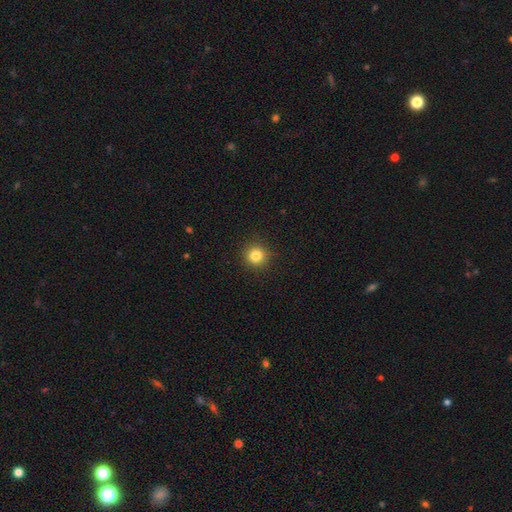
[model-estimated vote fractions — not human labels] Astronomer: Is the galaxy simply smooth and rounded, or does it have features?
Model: smooth — 82%.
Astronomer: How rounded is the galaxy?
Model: round — 94%.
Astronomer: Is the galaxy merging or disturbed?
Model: none — 91%.